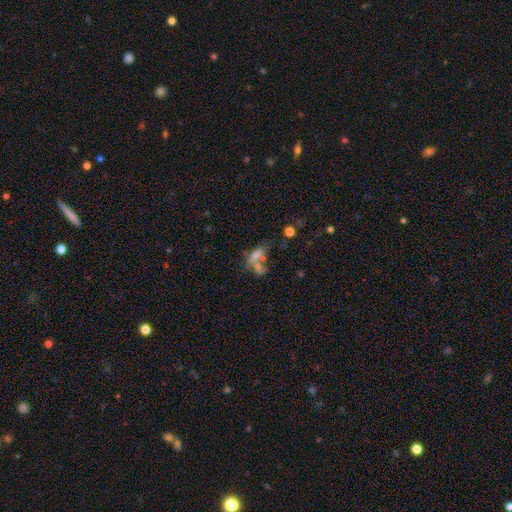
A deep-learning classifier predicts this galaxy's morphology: A smooth galaxy with no disk features (62%) that is in between round and cigar-shaped (65%).

Vote fractions:
- Smooth or featured? smooth: 62% / featured or disk: 23% / star or artifact: 16%
- How rounded? in between: 65% / cigar-shaped: 26% / round: 9%
- Merging? merger: 48% / none: 29% / major disturbance: 12% / minor disturbance: 11%